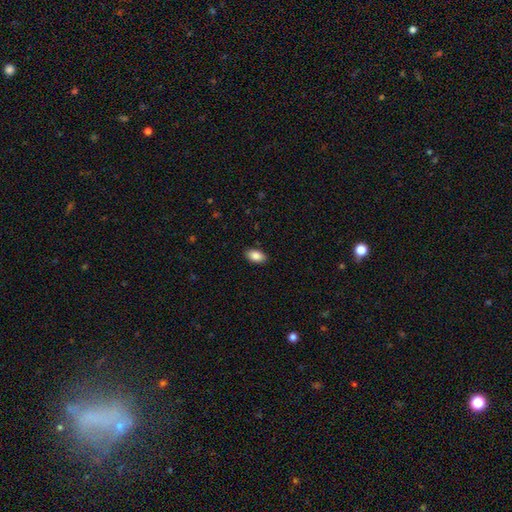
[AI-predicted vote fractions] This appears to be a smooth galaxy with no disk features (88%) that is in between round and cigar-shaped (93%). Merging: none (89%).